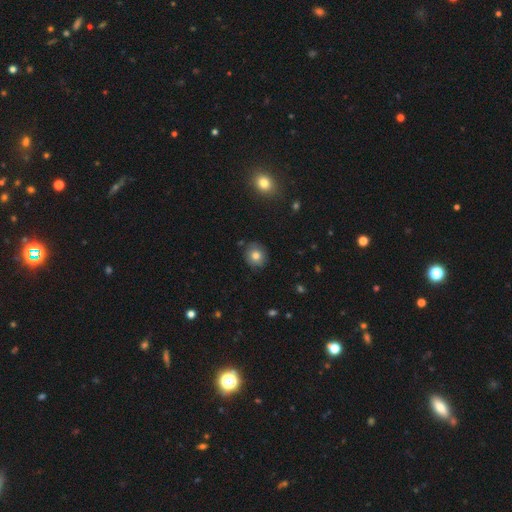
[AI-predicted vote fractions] A smooth galaxy with no disk features (76%) that is round (87%).

Vote fractions:
- Smooth or featured? smooth: 76% / featured or disk: 12% / star or artifact: 12%
- How rounded? round: 87% / in between: 12% / cigar-shaped: 1%
- Merging? none: 85% / minor disturbance: 11% / major disturbance: 2% / merger: 2%